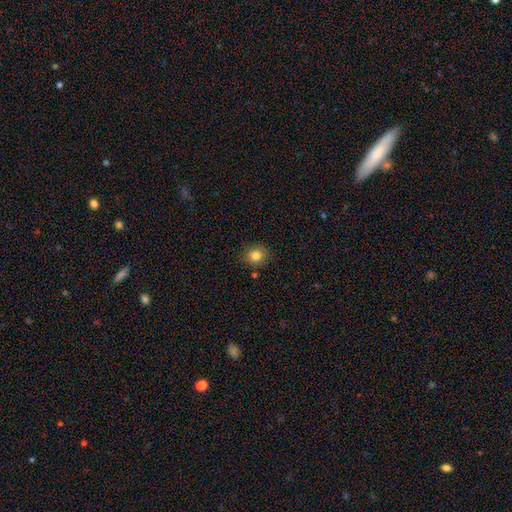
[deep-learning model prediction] A smooth galaxy with no disk features (81%) that is round (85%). Merging: none (86%).